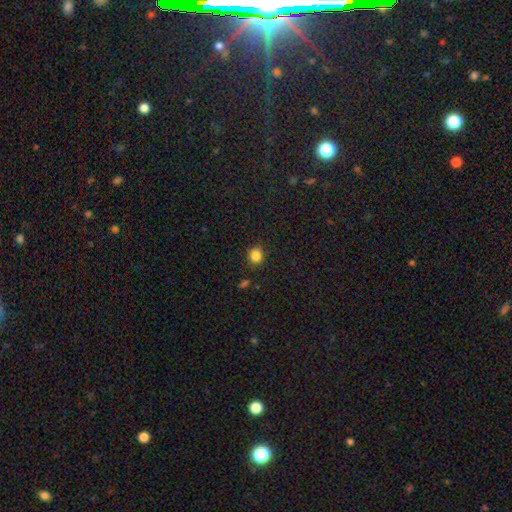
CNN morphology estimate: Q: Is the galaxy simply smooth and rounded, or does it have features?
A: smooth — 85%.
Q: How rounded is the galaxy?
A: round — 84%.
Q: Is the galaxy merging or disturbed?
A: none — 89%.